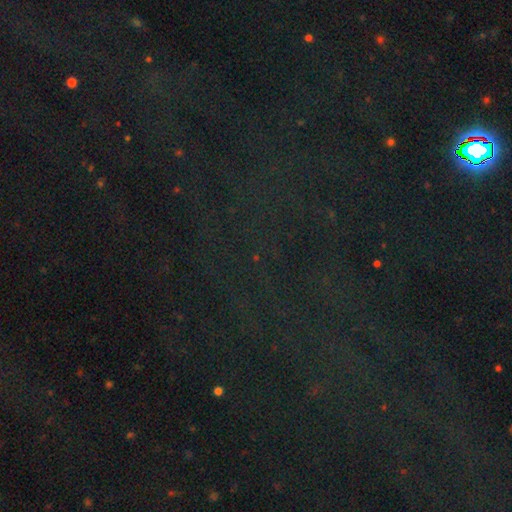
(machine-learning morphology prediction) Smooth or featured: star or artifact — 83% (smooth — 10%)